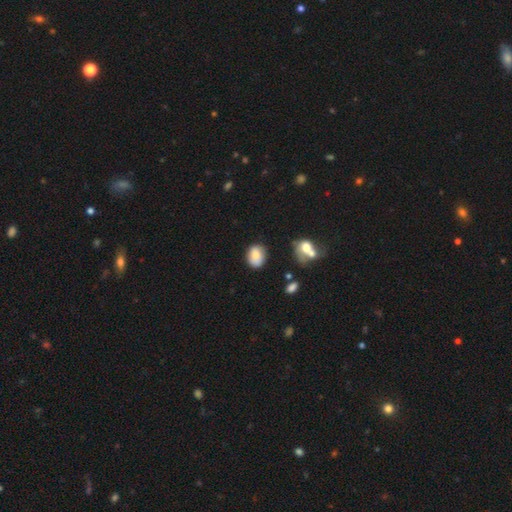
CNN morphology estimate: This is clearly a smooth galaxy (81%). How rounded: likely in between (62%). Merging: likely none (71%).